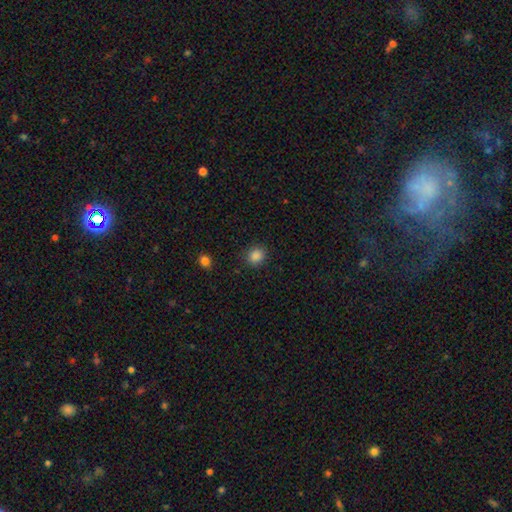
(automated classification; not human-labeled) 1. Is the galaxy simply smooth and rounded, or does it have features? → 86% smooth, 11% star or artifact, 3% featured or disk.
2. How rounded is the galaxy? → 82% round, 17% in between, 1% cigar-shaped.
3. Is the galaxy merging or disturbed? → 89% none, 8% minor disturbance, 3% major disturbance, 1% merger.